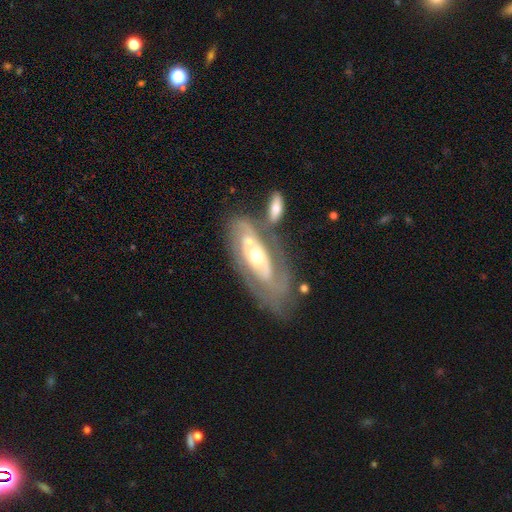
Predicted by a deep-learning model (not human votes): Morphology: type=featured or disk (74%); edge-on=no (88%); bar=no (76%); spiral arms=yes (62%); bulge=moderate (71%); merging=none (39%).